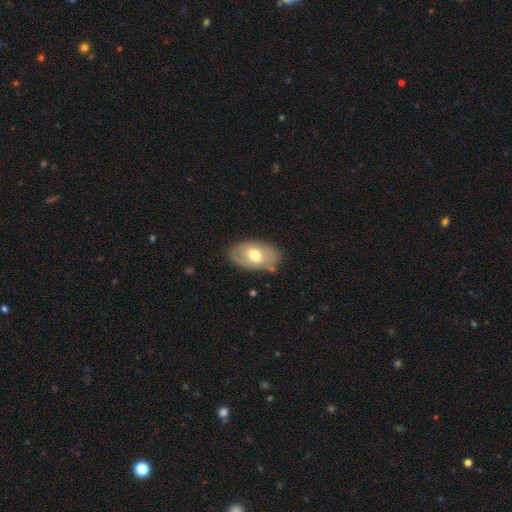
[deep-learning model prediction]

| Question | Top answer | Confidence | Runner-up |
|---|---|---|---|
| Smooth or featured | smooth | 48% | featured or disk (38%) |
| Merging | none | 85% | minor disturbance (10%) |